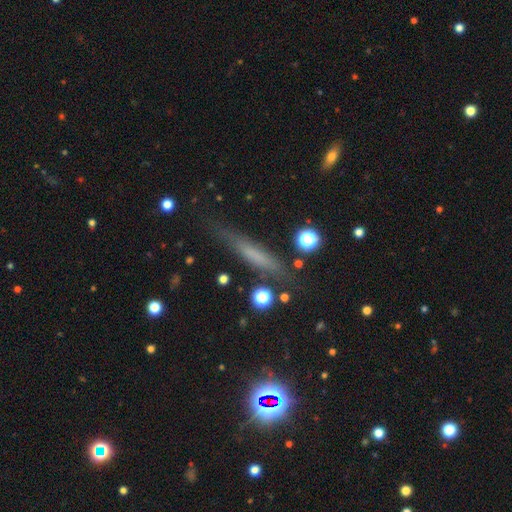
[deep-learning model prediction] Smooth or featured?
  - smooth: 51% *
  - featured or disk: 37%
  - star or artifact: 13%
How rounded?
  - cigar-shaped: 89% *
  - in between: 8%
  - round: 3%
Merging?
  - none: 78% *
  - minor disturbance: 14%
  - major disturbance: 5%
  - merger: 3%